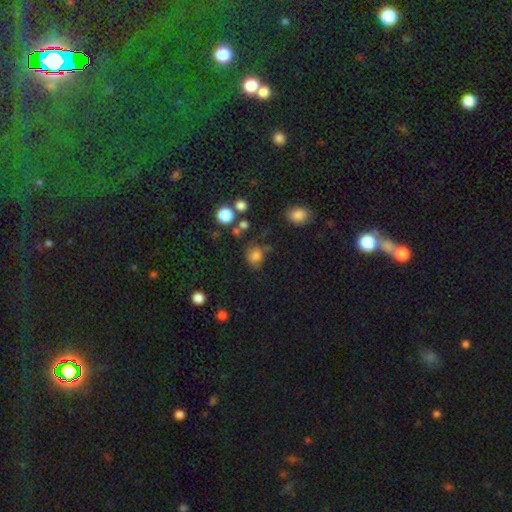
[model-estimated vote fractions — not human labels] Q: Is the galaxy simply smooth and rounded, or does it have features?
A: smooth — 76%.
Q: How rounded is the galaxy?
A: round — 61%.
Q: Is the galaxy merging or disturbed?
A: none — 55%.